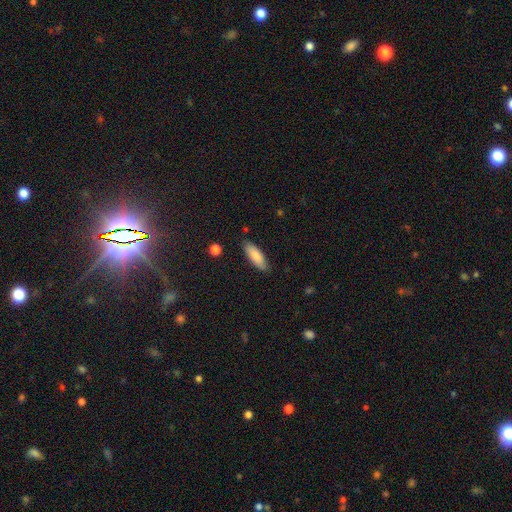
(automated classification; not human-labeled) smooth_or_featured: smooth (p=0.83) [alt: featured or disk p=0.11]
how_rounded: in between (p=0.62) [alt: cigar-shaped p=0.37]
merging: none (p=0.83) [alt: minor disturbance p=0.13]